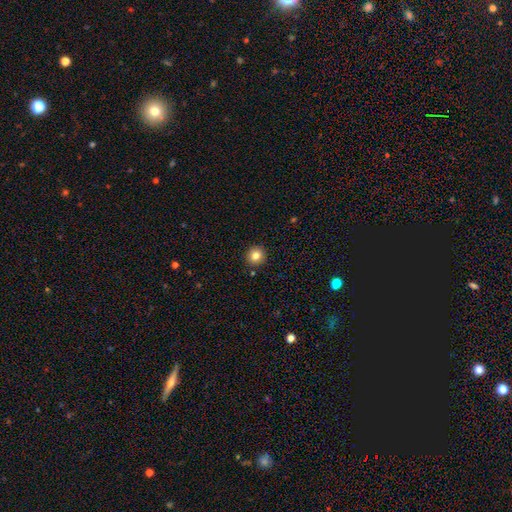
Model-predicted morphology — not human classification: This appears to be a smooth galaxy with no disk features (82%) that is round (92%). Merging: none (91%).